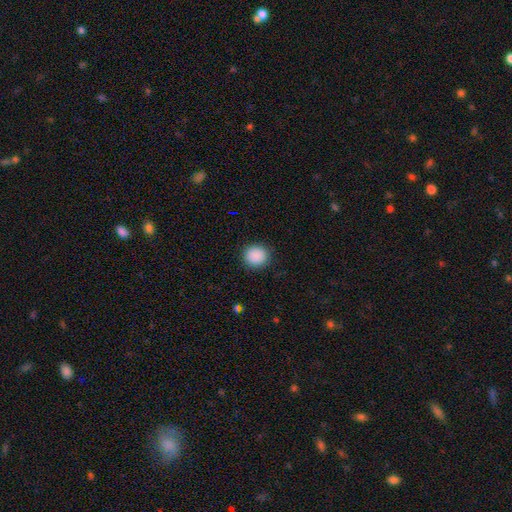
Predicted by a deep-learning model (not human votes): smooth 89%, star or artifact 8%, featured or disk 2%. Down the decision tree: how rounded — round (88%); merging — none (91%).